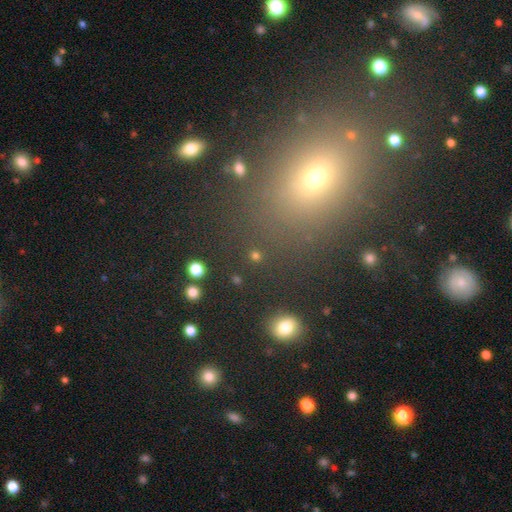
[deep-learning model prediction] This is likely a smooth galaxy (69%). How rounded: clearly round (80%). Merging: clearly none (84%).